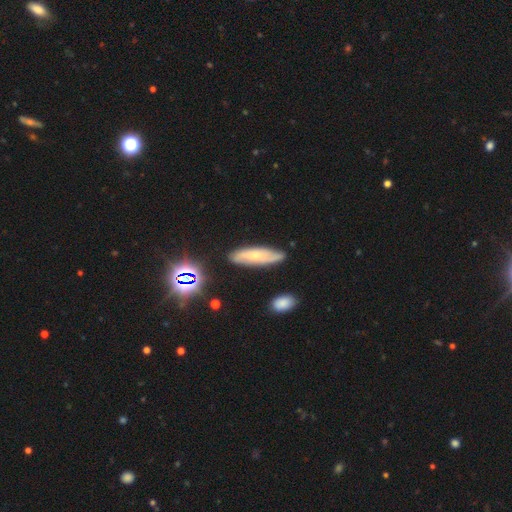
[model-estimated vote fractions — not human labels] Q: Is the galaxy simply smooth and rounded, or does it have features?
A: smooth — 47%.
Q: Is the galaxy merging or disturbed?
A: none — 78%.